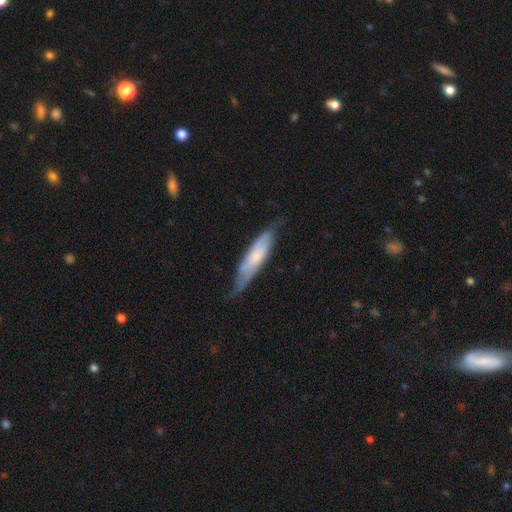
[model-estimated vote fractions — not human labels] This is possibly a smooth galaxy (49%). Merging: possibly none (57%).